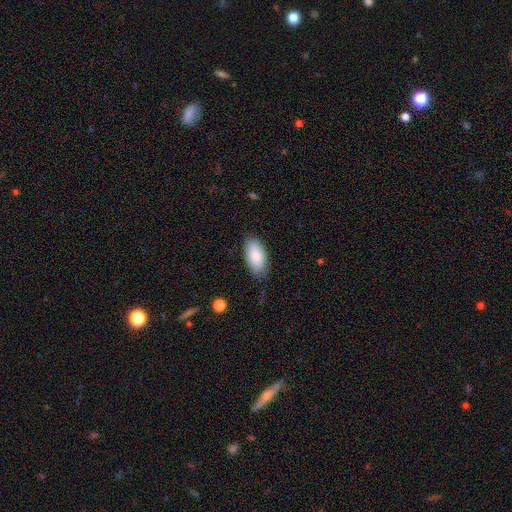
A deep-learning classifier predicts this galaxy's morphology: This appears to be a smooth galaxy with no disk features (81%) that is in between round and cigar-shaped (93%). Merging: none (81%).